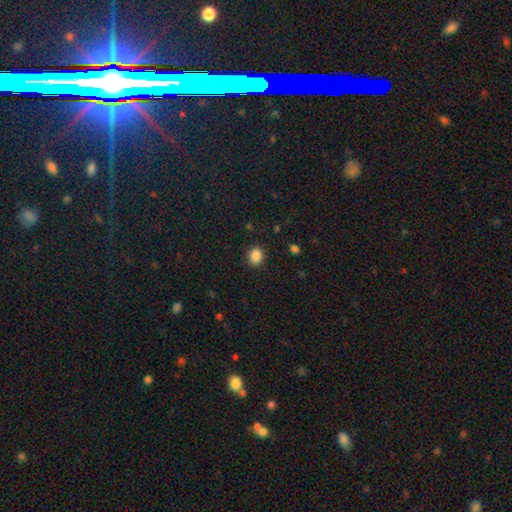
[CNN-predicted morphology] smooth-or-featured: smooth: 87% | star or artifact: 10% | featured or disk: 3%
  how-rounded: in between: 55% | round: 44% | cigar-shaped: 1%
  merging: none: 86% | minor disturbance: 10% | major disturbance: 3% | merger: 1%